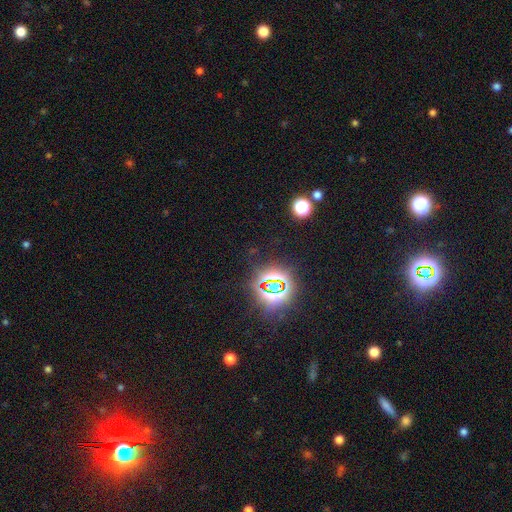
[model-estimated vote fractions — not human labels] The model was most divided on "smooth or featured": star or artifact: 80%, smooth: 13%, featured or disk: 7%.